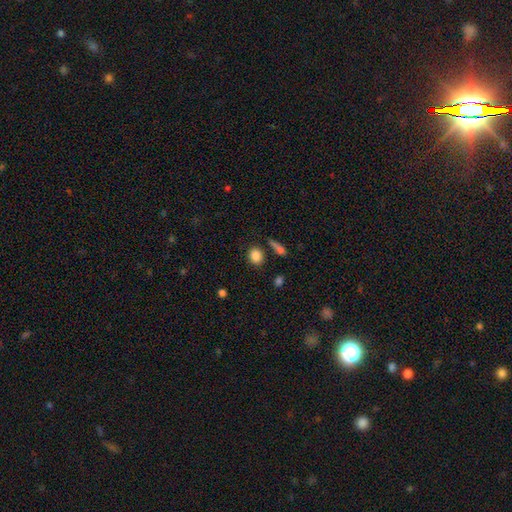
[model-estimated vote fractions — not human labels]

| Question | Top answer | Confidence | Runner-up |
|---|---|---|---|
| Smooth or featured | smooth | 86% | star or artifact (9%) |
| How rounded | round | 57% | in between (41%) |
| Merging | none | 77% | minor disturbance (12%) |